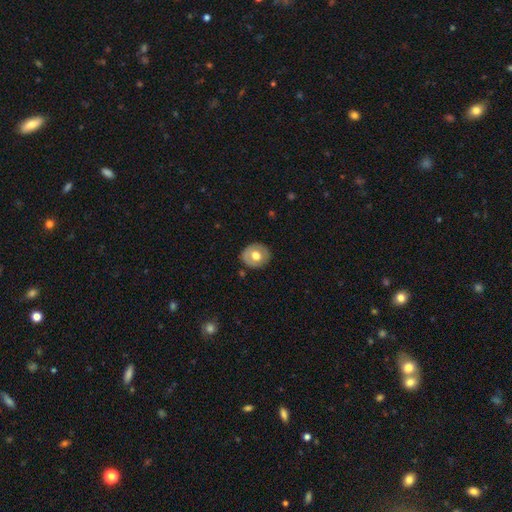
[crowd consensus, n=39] smooth_or_featured: featured or disk (p=0.49) [alt: smooth p=0.46]
disk_edge_on: no (p=0.95) [alt: yes p=0.05]
bar: no (p=1.00)
has_spiral_arms: no (p=0.94) [alt: yes p=0.06]
bulge_size: moderate (p=0.67) [alt: large p=0.22]
merging: none (p=0.86) [alt: minor disturbance p=0.11]